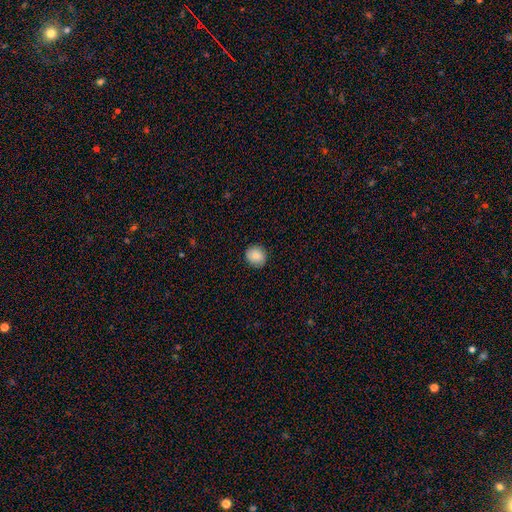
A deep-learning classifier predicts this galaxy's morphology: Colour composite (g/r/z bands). It shows a smooth galaxy with no disk features (84%) that is round (79%). Merging: none (88%).